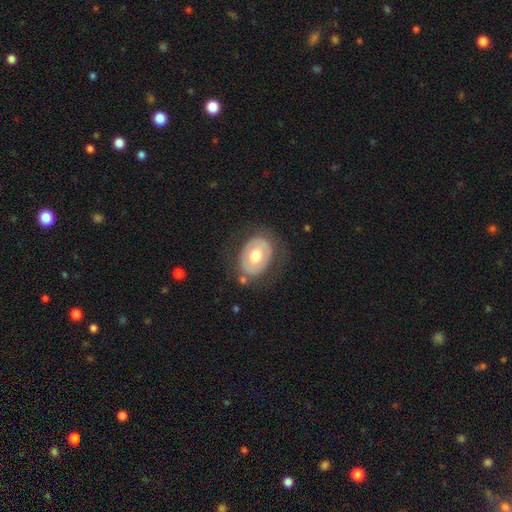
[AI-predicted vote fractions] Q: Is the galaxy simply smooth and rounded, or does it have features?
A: smooth — 50%.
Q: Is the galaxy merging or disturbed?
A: none — 76%.